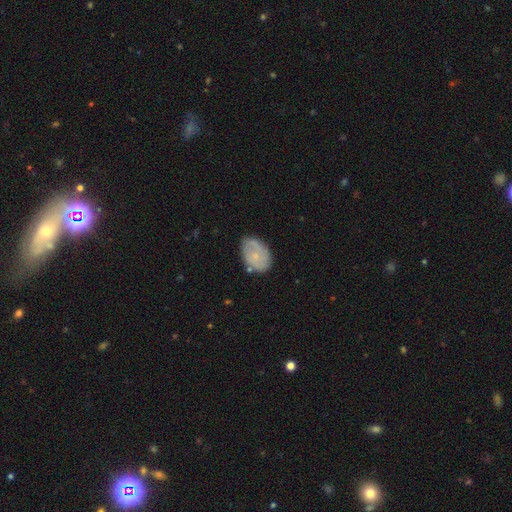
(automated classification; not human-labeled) Overall: smooth (48%; featured or disk 46%). Merging: none (69%).